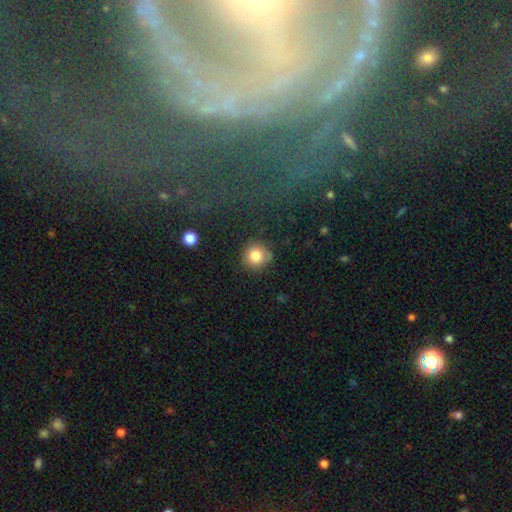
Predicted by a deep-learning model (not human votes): This is clearly a smooth galaxy (83%). How rounded: clearly round (92%). Merging: clearly none (80%).